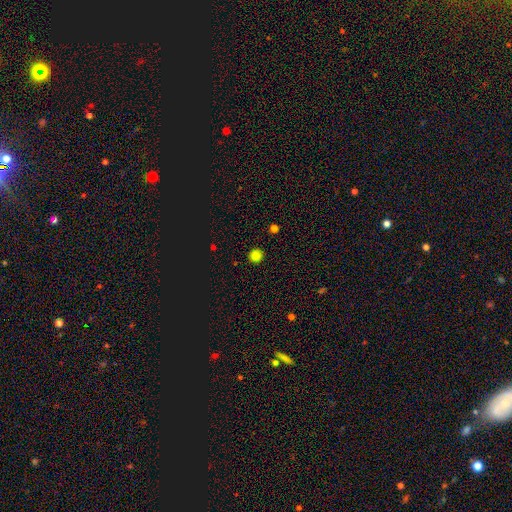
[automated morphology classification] A smooth galaxy with no disk features (81%) that is round (93%).

Vote fractions:
- Smooth or featured? smooth: 81% / star or artifact: 16% / featured or disk: 3%
- How rounded? round: 93% / in between: 6% / cigar-shaped: 1%
- Merging? none: 91% / minor disturbance: 6% / major disturbance: 2% / merger: 1%